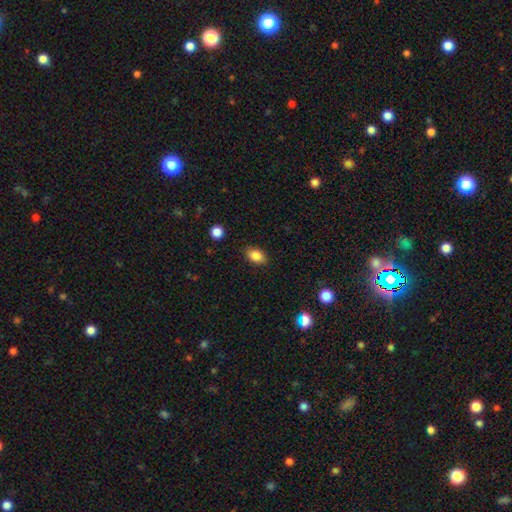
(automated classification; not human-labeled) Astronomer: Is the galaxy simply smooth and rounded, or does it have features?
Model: smooth — 85%.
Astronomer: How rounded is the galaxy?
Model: in between — 85%.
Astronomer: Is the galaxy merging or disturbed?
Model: none — 86%.